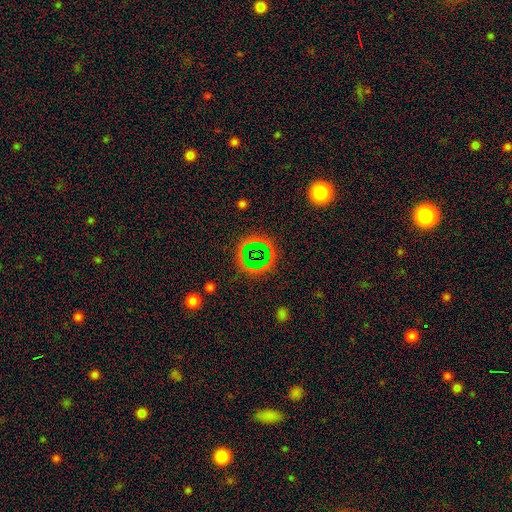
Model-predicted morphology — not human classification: The model was most divided on "smooth or featured": star or artifact: 66%, smooth: 19%, featured or disk: 15%.